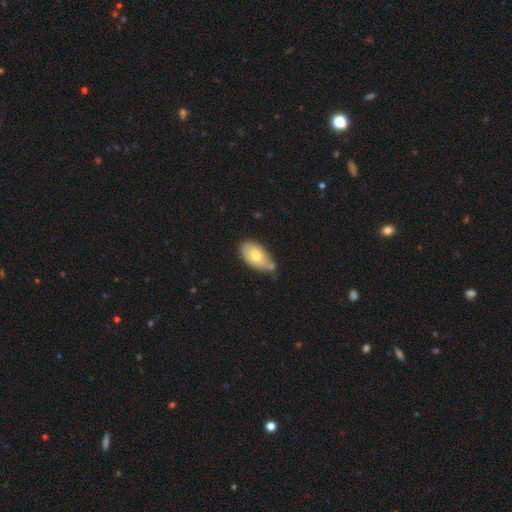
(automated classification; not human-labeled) A smooth galaxy with no disk features (71%) that is in between round and cigar-shaped (93%).

Vote fractions:
- Smooth or featured? smooth: 71% / featured or disk: 23% / star or artifact: 6%
- How rounded? in between: 93% / round: 5% / cigar-shaped: 2%
- Merging? none: 46% / minor disturbance: 31% / merger: 17% / major disturbance: 6%